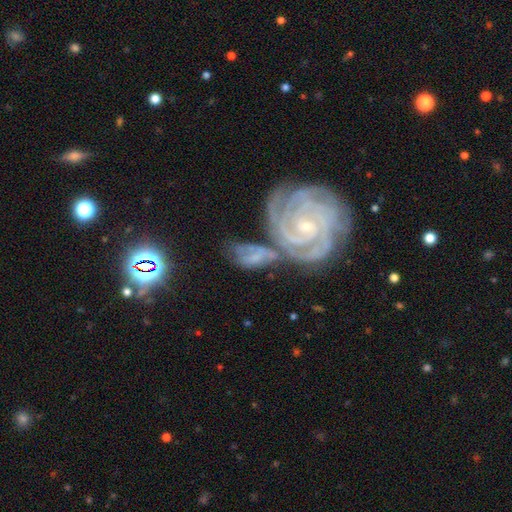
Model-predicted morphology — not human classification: Smooth or featured? featured or disk (73%)
Edge-on disk? no (96%)
Bar? no (52%)
Spiral arms? yes (91%)
Spiral winding? tight (67%)
Spiral arm count? 2 (41%)
Bulge size? small (63%)
Merging? merger (44%)